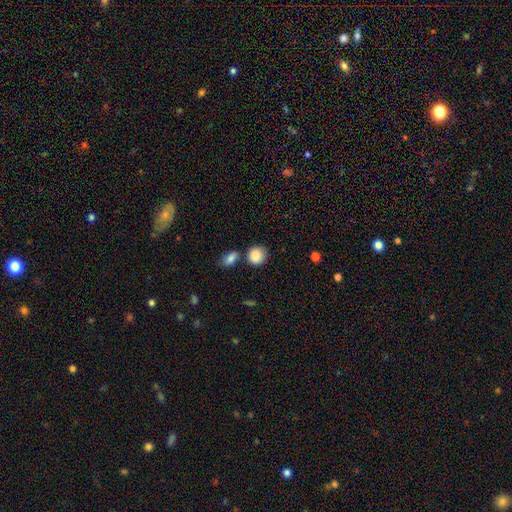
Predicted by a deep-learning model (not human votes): Smooth or featured? smooth (87%)
How rounded? round (80%)
Merging? none (70%)